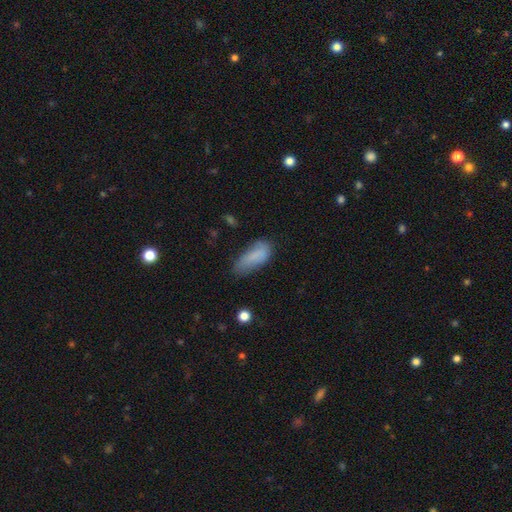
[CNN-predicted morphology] Smooth or featured? Predicted: smooth (p=0.82). How rounded? Predicted: in between (p=0.73). Merging? Predicted: none (p=0.54).